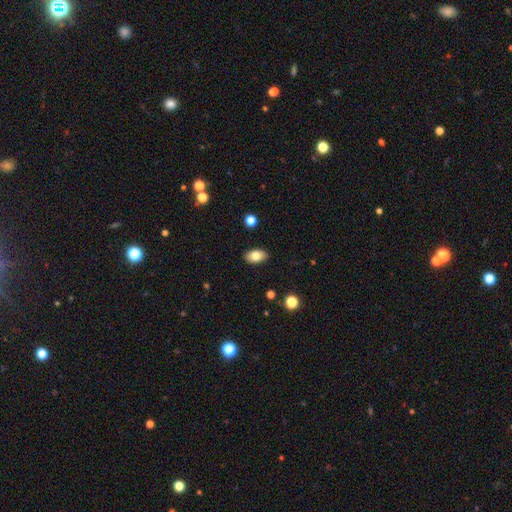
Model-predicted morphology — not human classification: Overall: smooth (81%). How rounded: in between (91%). Merging: none (88%).